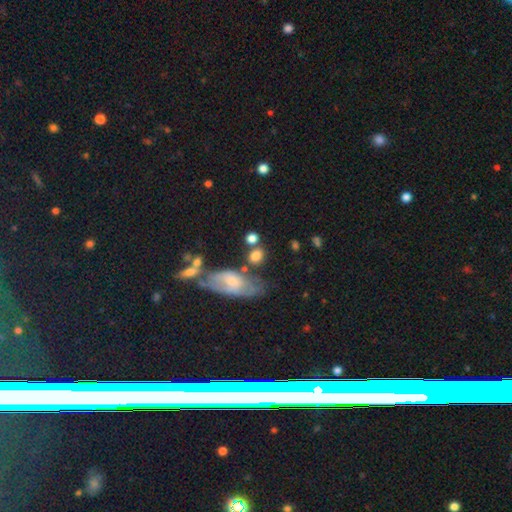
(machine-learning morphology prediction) This appears to be a smooth galaxy with no disk features (77%) that is round (50%). Merging: none (56%).